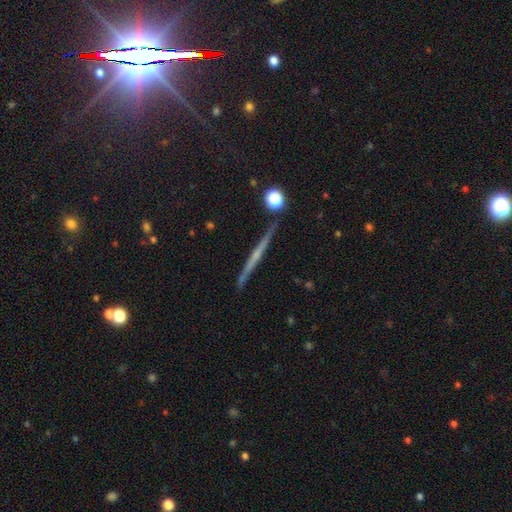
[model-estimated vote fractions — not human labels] Smooth or featured: featured or disk — 68% (smooth — 21%)
Edge-on disk: yes — 97% (no — 3%)
Edge-on bulge: none — 51% (rounded — 40%)
Merging: none — 90% (minor disturbance — 7%)